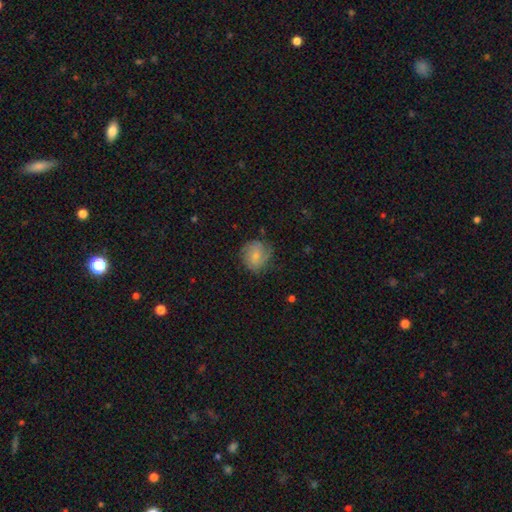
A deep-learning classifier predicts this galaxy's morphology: Q: Smooth or featured?
A: smooth (57%); runner-up: featured or disk (35%)
Q: How rounded?
A: round (81%); runner-up: in between (18%)
Q: Merging?
A: none (68%); runner-up: minor disturbance (23%)